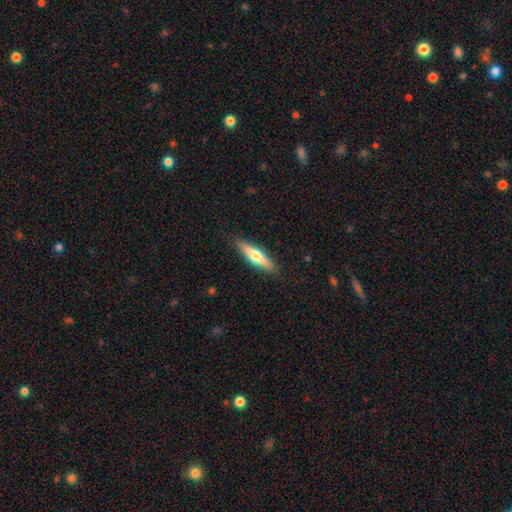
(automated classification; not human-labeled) Smooth or featured?
  - featured or disk: 48% *
  - smooth: 47%
  - star or artifact: 5%
Merging?
  - none: 89% *
  - minor disturbance: 8%
  - major disturbance: 2%
  - merger: 1%